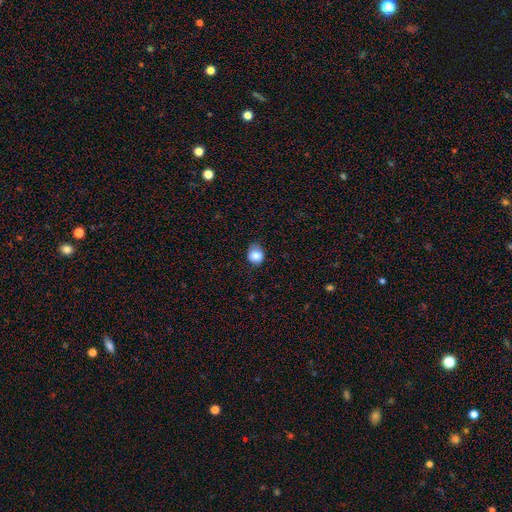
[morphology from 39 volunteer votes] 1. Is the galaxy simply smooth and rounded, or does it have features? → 85% smooth, 8% featured or disk, 8% star or artifact.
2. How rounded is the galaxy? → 58% round, 42% in between, 0% cigar-shaped.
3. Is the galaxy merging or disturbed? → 75% none, 22% minor disturbance, 3% major disturbance, 0% merger.